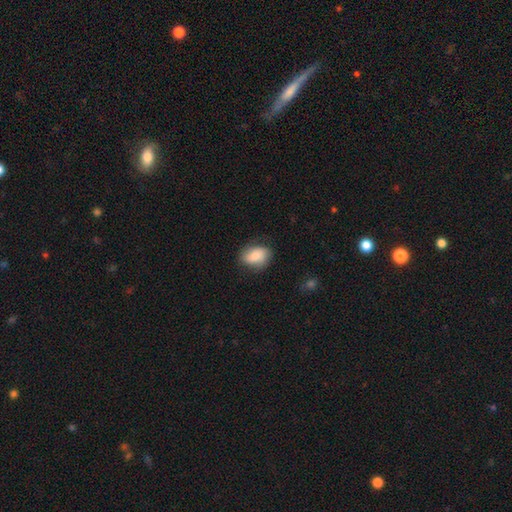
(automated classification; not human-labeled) Smooth or featured? smooth (71%)
How rounded? in between (78%)
Merging? none (70%)